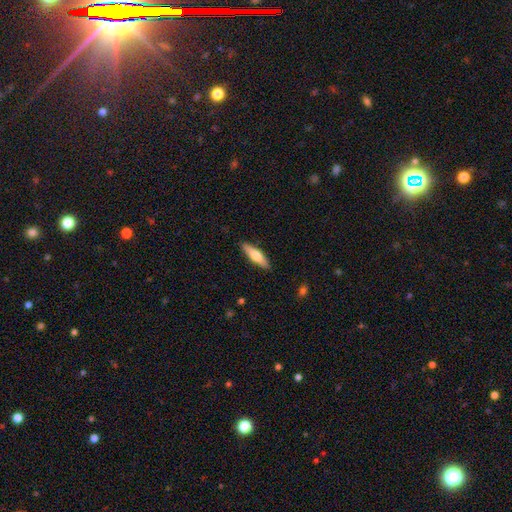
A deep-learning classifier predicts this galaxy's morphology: Smooth or featured? smooth (57%)
How rounded? cigar-shaped (68%)
Merging? none (89%)